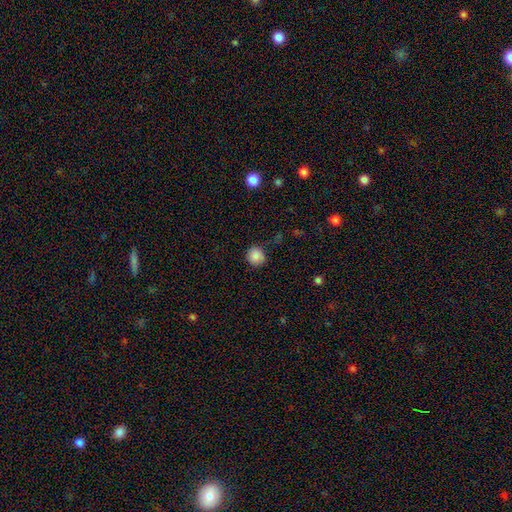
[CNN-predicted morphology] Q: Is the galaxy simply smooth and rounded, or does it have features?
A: smooth — 86%.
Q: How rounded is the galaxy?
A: round — 91%.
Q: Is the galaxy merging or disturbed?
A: none — 83%.